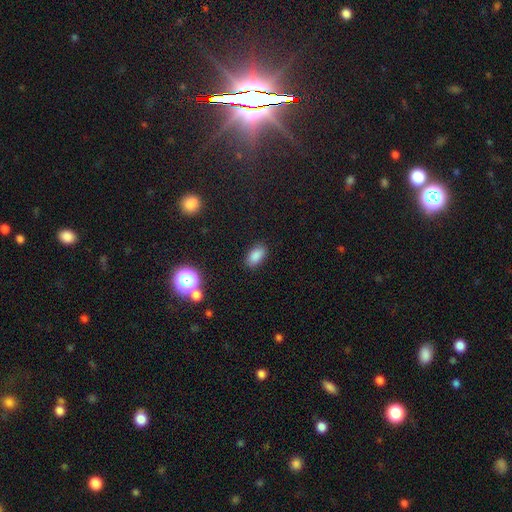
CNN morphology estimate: type=smooth (84%); roundness=in between (90%); merging=none (86%).